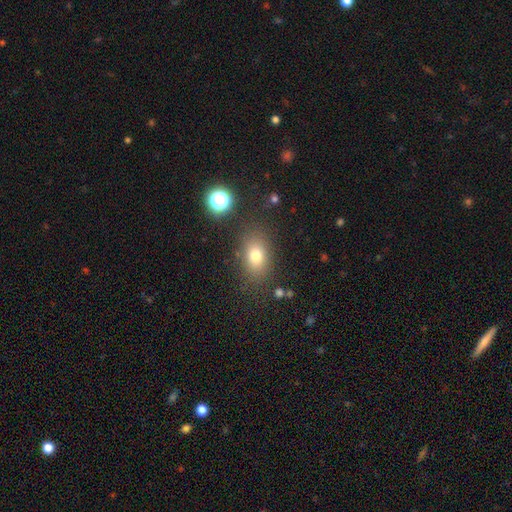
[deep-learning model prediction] Smooth or featured? smooth (76%)
How rounded? in between (75%)
Merging? none (81%)